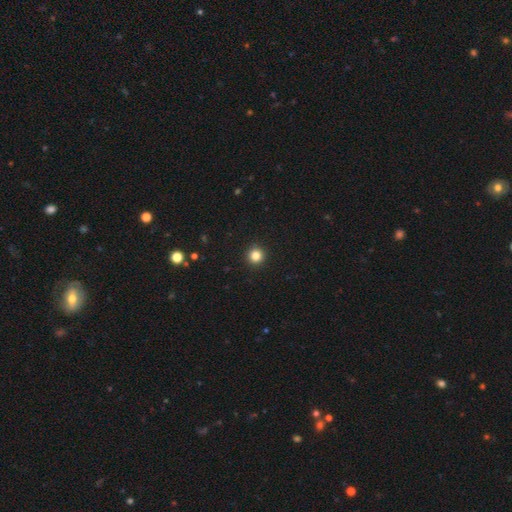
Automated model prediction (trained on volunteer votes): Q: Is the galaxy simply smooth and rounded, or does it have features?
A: smooth — 83%.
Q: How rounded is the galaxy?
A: round — 95%.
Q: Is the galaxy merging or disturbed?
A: none — 94%.